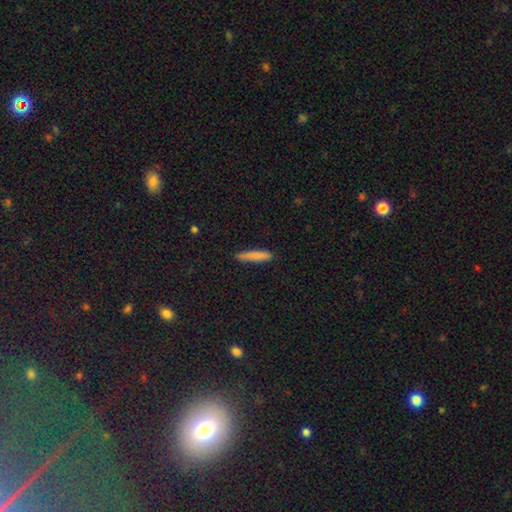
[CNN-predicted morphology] A smooth galaxy with no disk features (83%) that is cigar-shaped (91%).

Vote fractions:
- Smooth or featured? smooth: 83% / featured or disk: 10% / star or artifact: 7%
- How rounded? cigar-shaped: 91% / in between: 8% / round: 1%
- Merging? none: 87% / minor disturbance: 10% / major disturbance: 2% / merger: 1%